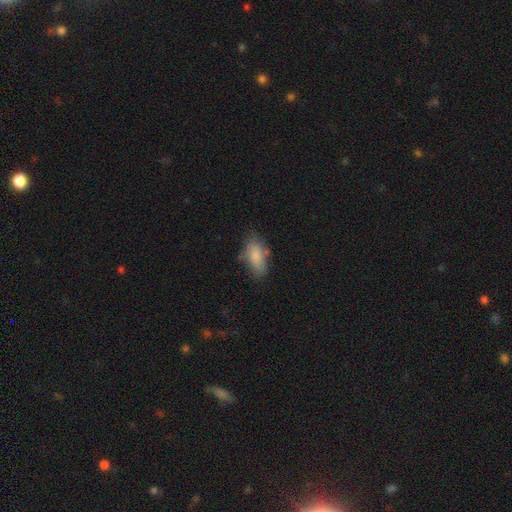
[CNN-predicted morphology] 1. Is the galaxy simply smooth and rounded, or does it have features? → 81% smooth, 12% featured or disk, 7% star or artifact.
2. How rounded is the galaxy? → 88% in between, 8% cigar-shaped, 3% round.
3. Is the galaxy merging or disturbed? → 61% none, 26% minor disturbance, 8% major disturbance, 4% merger.